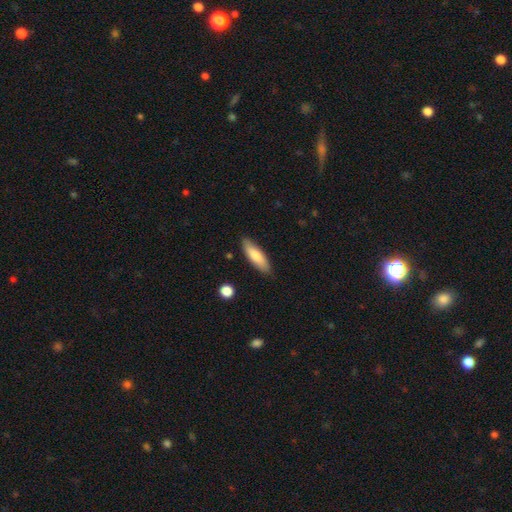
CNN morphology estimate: Smooth or featured?
  - smooth: 77% *
  - featured or disk: 17%
  - star or artifact: 6%
How rounded?
  - in between: 49% * (tied)
  - cigar-shaped: 49% * (tied)
  - round: 2%
Merging?
  - none: 85% *
  - minor disturbance: 12%
  - major disturbance: 2%
  - merger: 1%